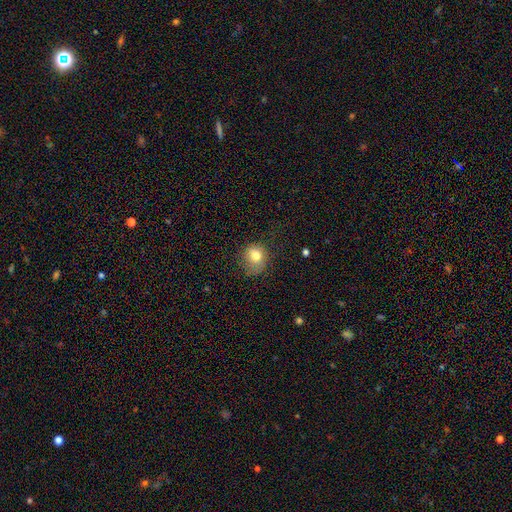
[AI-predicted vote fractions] Smooth or featured? smooth (78%)
How rounded? round (70%)
Merging? none (60%)